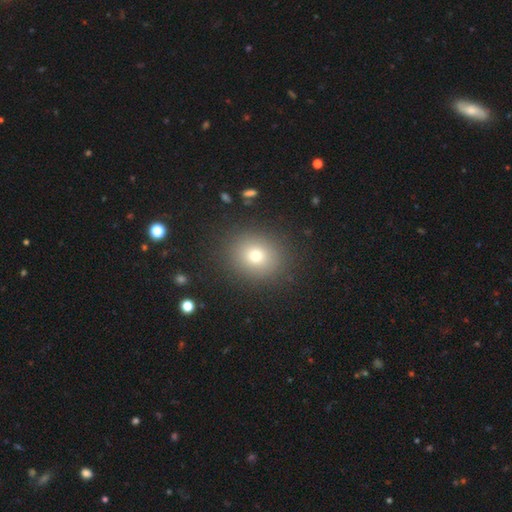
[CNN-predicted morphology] smooth_or_featured: smooth (p=0.73) [alt: star or artifact p=0.16]
how_rounded: round (p=0.75) [alt: in between p=0.24]
merging: none (p=0.89) [alt: minor disturbance p=0.07]